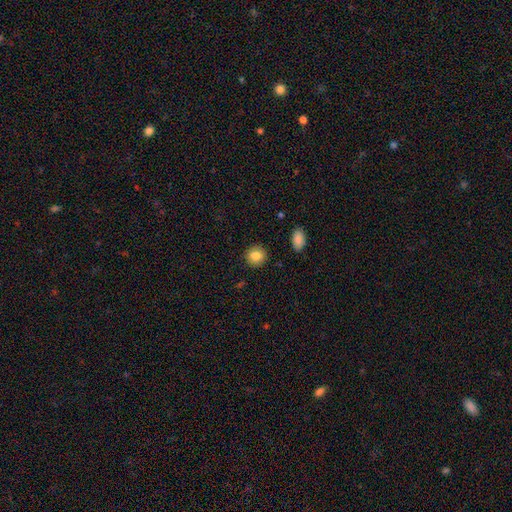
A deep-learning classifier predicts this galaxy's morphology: smooth 84%, star or artifact 9%, featured or disk 7%. Down the decision tree: how rounded — round (85%); merging — none (90%).